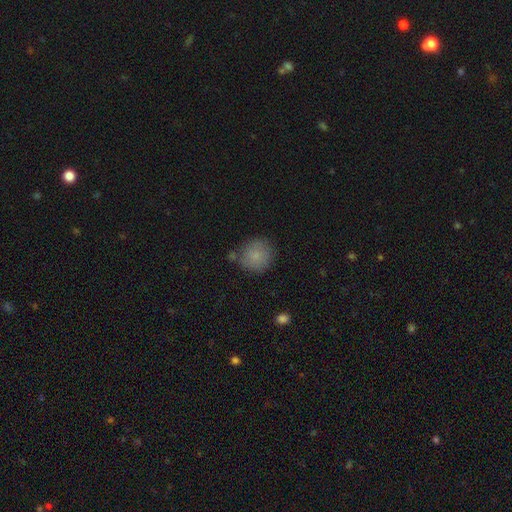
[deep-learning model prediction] This appears to be a smooth galaxy with no disk features (85%) that is round (92%). Merging: none (76%).